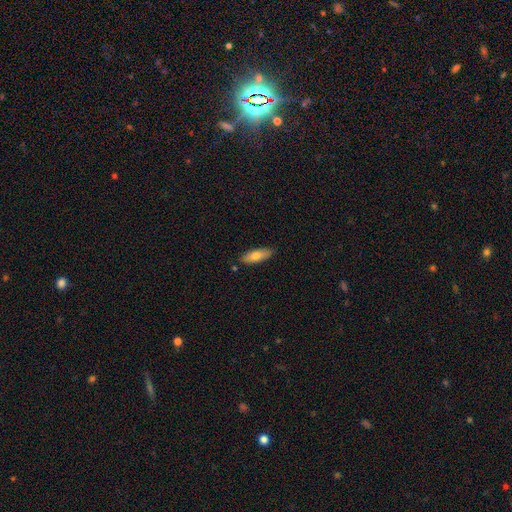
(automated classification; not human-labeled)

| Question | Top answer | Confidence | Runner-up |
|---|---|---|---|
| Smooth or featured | smooth | 75% | featured or disk (19%) |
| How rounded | in between | 64% | cigar-shaped (34%) |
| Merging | none | 86% | minor disturbance (10%) |